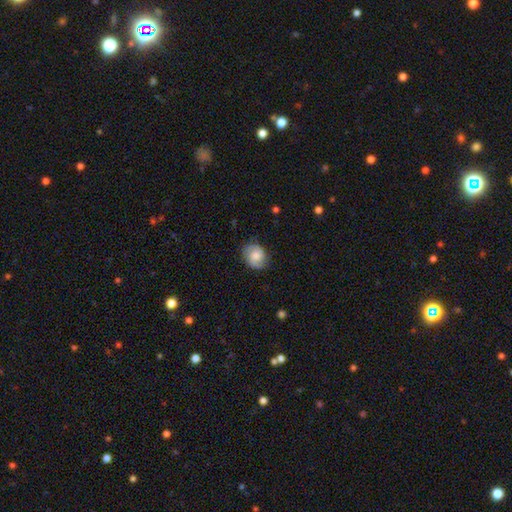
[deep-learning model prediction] The model was most divided on "how rounded": round: 55%, in between: 44%, cigar-shaped: 1%. More confident: merging — none (76%); smooth or featured — smooth (54%).